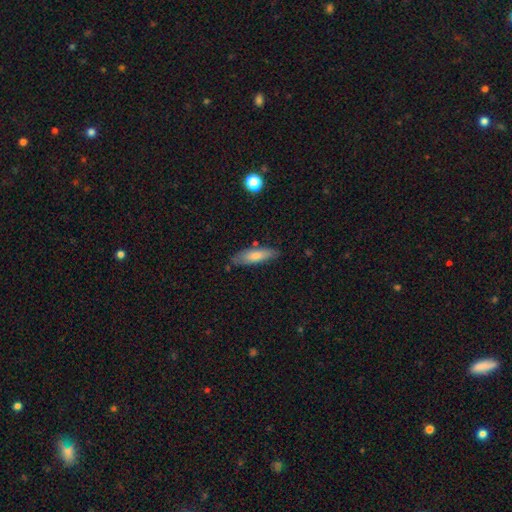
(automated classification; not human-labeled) Overall: smooth (76%). How rounded: cigar-shaped (55%; in between 43%). Merging: none (78%).